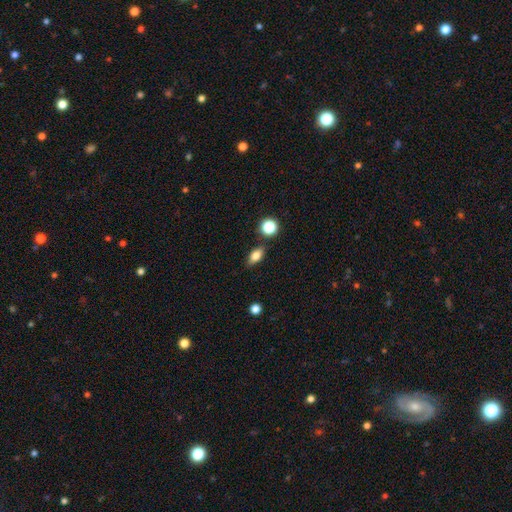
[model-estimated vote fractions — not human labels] Overall: smooth (76%). How rounded: in between (79%). Merging: none (81%).